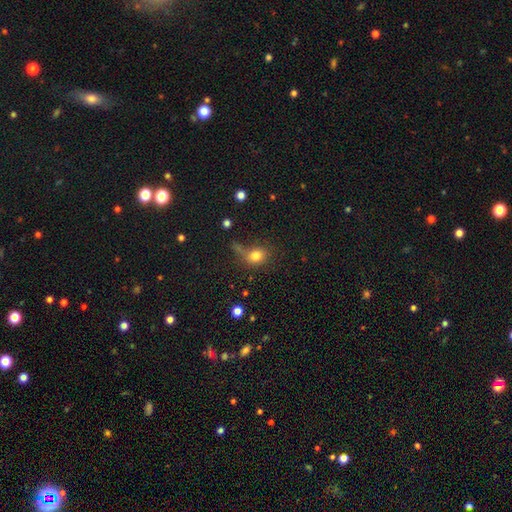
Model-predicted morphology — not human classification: Smooth or featured?
  - smooth: 78% *
  - star or artifact: 13%
  - featured or disk: 9%
How rounded?
  - round: 61% *
  - in between: 37%
  - cigar-shaped: 2%
Merging?
  - none: 49% *
  - minor disturbance: 20%
  - major disturbance: 18%
  - merger: 13%